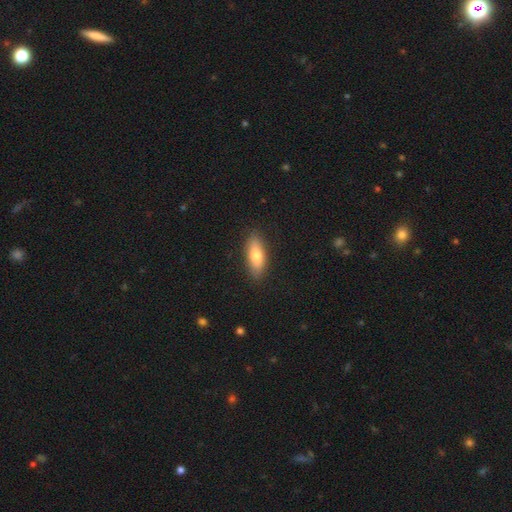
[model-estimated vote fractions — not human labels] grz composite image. It shows a smooth galaxy with no disk features (74%) that is in between round and cigar-shaped (70%). Merging: none (87%).